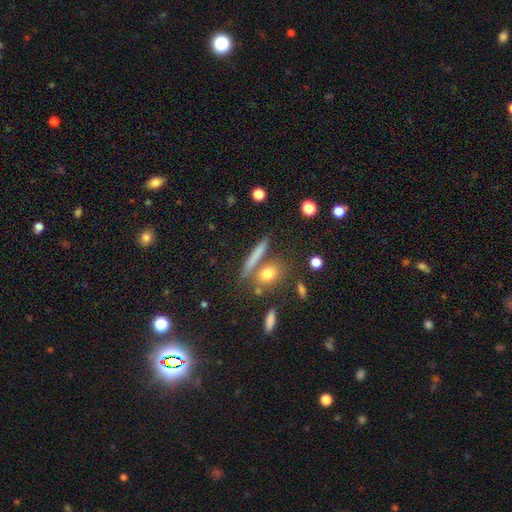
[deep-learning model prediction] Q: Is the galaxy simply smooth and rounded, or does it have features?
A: smooth — 69%.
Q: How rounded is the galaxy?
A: cigar-shaped — 68%.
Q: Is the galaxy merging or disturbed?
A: none — 73%.